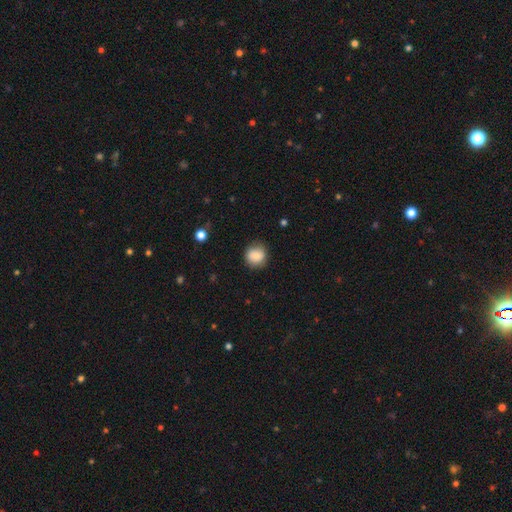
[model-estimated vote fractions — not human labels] Smooth or featured? smooth (84%)
How rounded? round (88%)
Merging? none (83%)